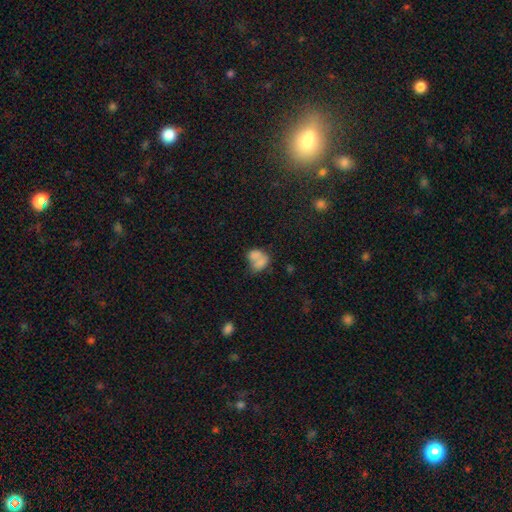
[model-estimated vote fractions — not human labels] Q: Smooth or featured?
A: smooth (70%); runner-up: featured or disk (20%)
Q: How rounded?
A: in between (62%); runner-up: round (37%)
Q: Merging?
A: merger (52%); runner-up: none (23%)